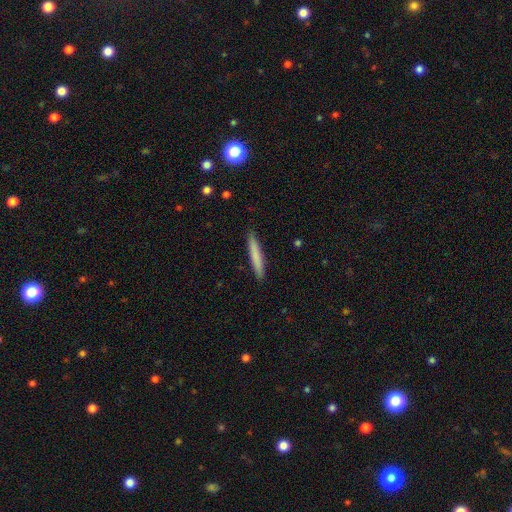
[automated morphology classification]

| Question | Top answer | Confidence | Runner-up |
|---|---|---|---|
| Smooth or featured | smooth | 77% | featured or disk (17%) |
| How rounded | cigar-shaped | 95% | in between (4%) |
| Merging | none | 91% | minor disturbance (7%) |